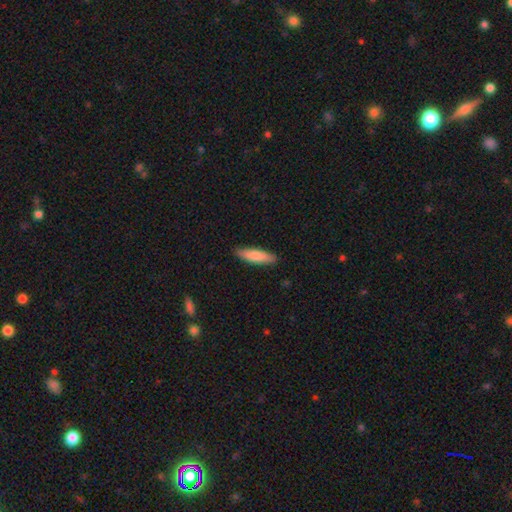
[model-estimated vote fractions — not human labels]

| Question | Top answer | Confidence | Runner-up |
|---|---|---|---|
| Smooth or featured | smooth | 83% | featured or disk (12%) |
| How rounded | cigar-shaped | 72% | in between (27%) |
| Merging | none | 88% | minor disturbance (9%) |